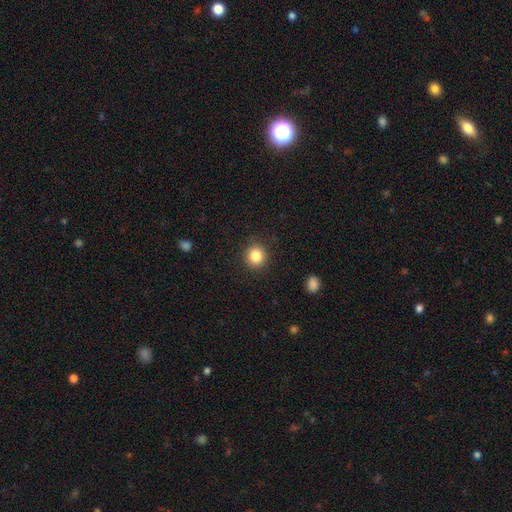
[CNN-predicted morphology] This appears to be a smooth galaxy with no disk features (84%) that is round (90%). Merging: none (90%).